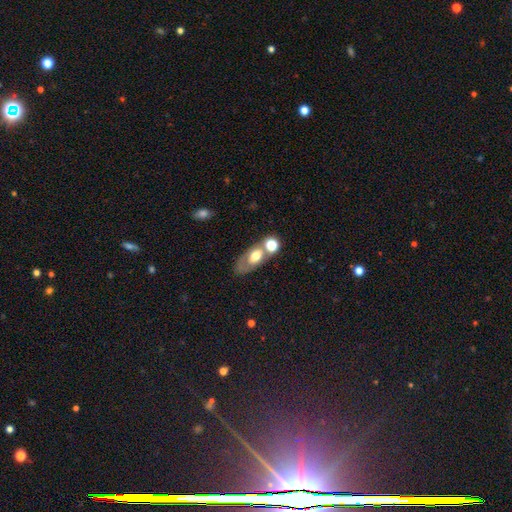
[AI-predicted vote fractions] smooth_or_featured: smooth (p=0.56) [alt: featured or disk p=0.34]
how_rounded: in between (p=0.81) [alt: round p=0.13]
merging: none (p=0.42) [alt: merger p=0.34]